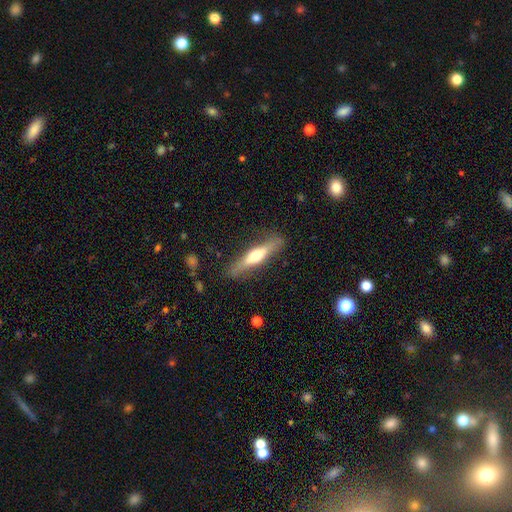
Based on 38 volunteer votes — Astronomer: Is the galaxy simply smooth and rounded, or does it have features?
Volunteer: featured or disk — 53% (runner-up: smooth, 45%).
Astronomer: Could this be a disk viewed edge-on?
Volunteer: yes — 100%.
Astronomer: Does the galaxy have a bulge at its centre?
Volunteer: rounded — 65%.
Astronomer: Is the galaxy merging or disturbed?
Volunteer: none — 81%.